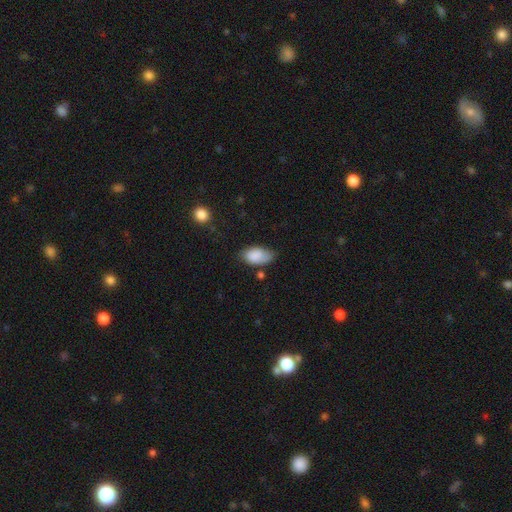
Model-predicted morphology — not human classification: smooth_or_featured: smooth (p=0.84) [alt: featured or disk p=0.09]
how_rounded: in between (p=0.94) [alt: round p=0.04]
merging: none (p=0.55) [alt: minor disturbance p=0.33]